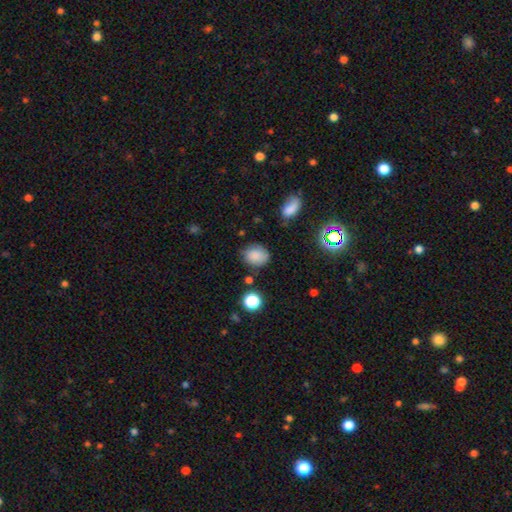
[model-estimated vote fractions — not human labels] The model was most divided on "how rounded": round: 62%, in between: 37%, cigar-shaped: 1%. More confident: smooth or featured — smooth (82%); merging — none (71%).